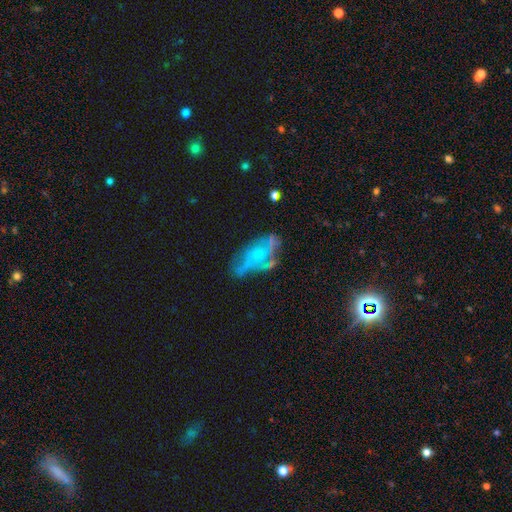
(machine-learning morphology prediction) The model was most divided on "merging": none: 37%, major disturbance: 28%, minor disturbance: 24%, merger: 11%. Remaining: edge-on disk — no (95%); bar — no (84%); smooth or featured — featured or disk (62%); spiral arms — no (60%); bulge size — small (44%).